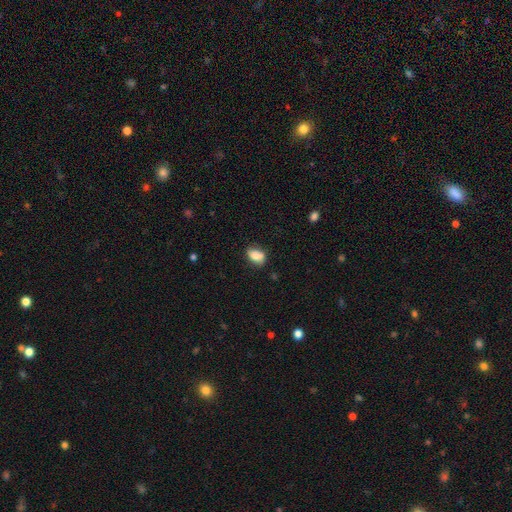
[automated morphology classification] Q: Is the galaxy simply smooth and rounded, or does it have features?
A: smooth — 81%.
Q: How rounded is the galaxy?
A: in between — 83%.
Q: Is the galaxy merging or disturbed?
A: none — 71%.